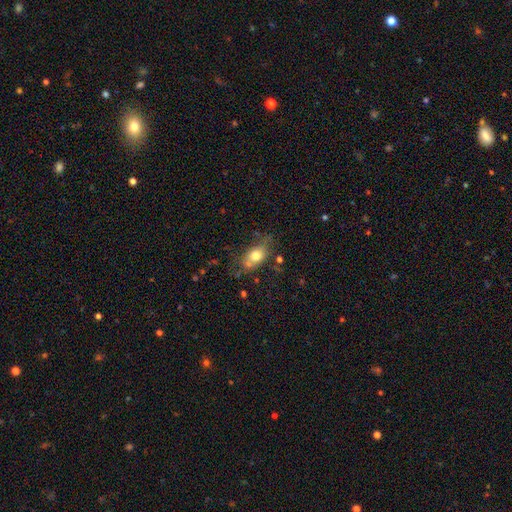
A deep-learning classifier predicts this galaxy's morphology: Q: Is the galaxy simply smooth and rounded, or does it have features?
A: smooth — 72%.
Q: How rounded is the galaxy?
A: in between — 79%.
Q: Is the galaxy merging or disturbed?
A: none — 58%.